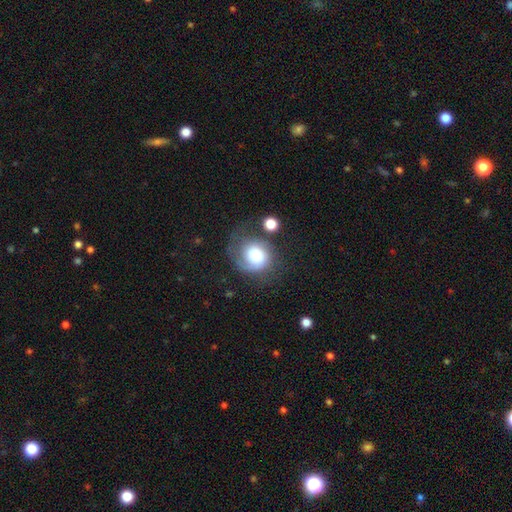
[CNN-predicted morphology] featured or disk 50%, smooth 41%, star or artifact 9%. Down the decision tree: edge-on disk — no (98%); merging — none (48%).